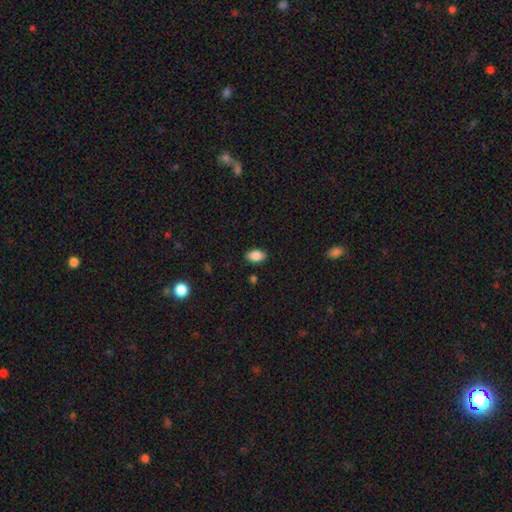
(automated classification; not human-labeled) This is clearly a smooth galaxy (87%). How rounded: clearly in between (90%). Merging: clearly none (87%).